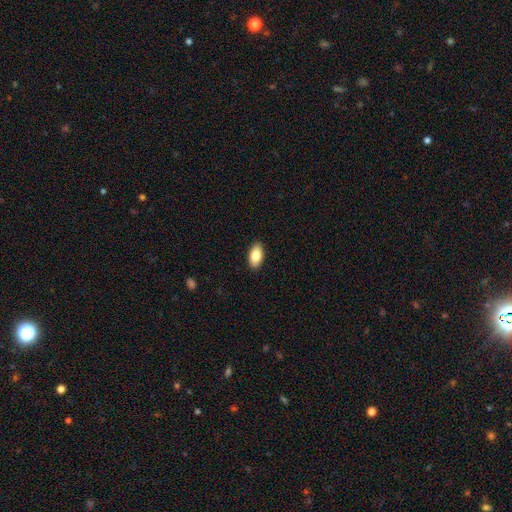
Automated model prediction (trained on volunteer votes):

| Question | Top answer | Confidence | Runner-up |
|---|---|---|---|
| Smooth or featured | smooth | 82% | featured or disk (11%) |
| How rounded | in between | 93% | round (4%) |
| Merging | none | 90% | minor disturbance (7%) |